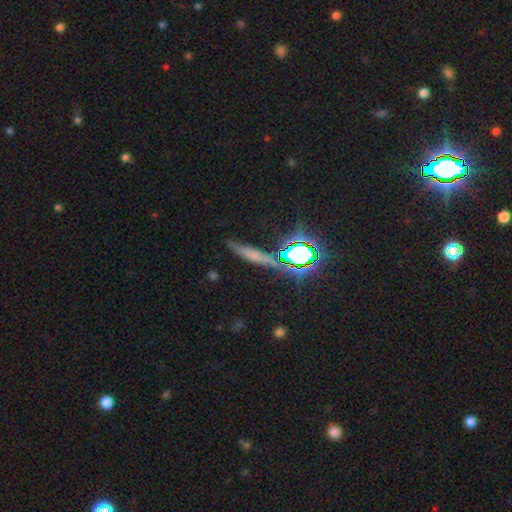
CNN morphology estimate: Smooth or featured? smooth (40%)
Merging? none (77%)